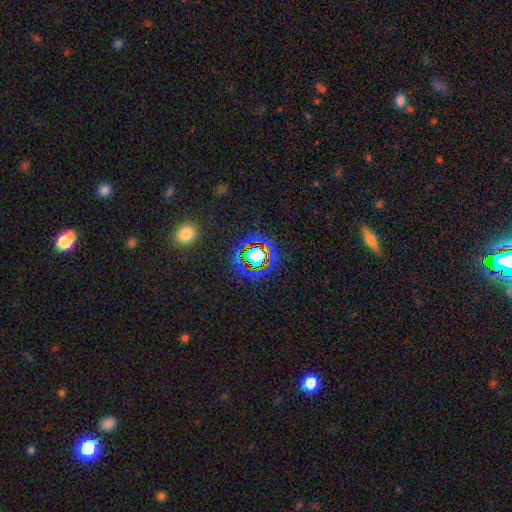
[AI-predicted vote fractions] Morphology: type=star or artifact (67%).